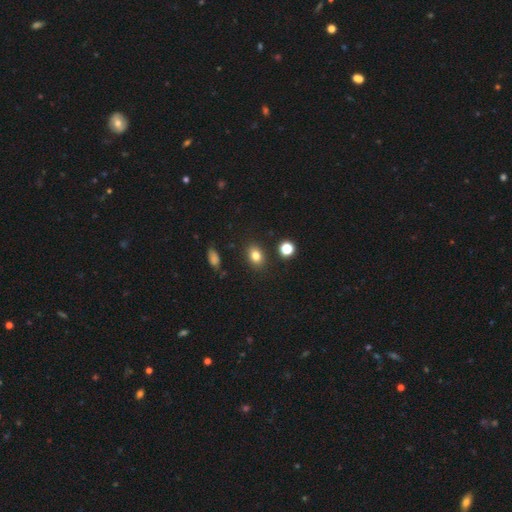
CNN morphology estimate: This appears to be a smooth galaxy with no disk features (80%) that is in between round and cigar-shaped (68%). Merging: none (85%).